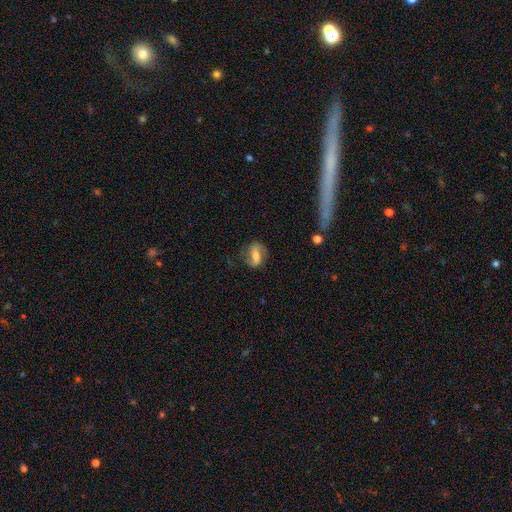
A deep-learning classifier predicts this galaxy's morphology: A featured or disk galaxy (52%).

Vote fractions:
- Smooth or featured? featured or disk: 52% / smooth: 39% / star or artifact: 8%
- Edge-on disk? no: 93% / yes: 7%
- Merging? none: 68% / minor disturbance: 20% / major disturbance: 10% / merger: 2%